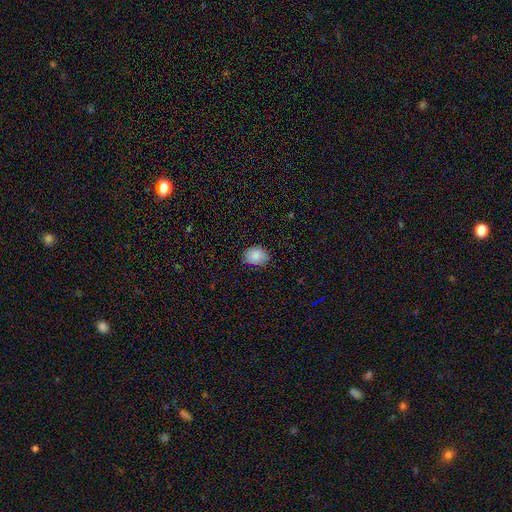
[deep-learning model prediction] A smooth galaxy with no disk features (86%) that is in between round and cigar-shaped (56%).

Vote fractions:
- Smooth or featured? smooth: 86% / star or artifact: 8% / featured or disk: 6%
- How rounded? in between: 56% / round: 43% / cigar-shaped: 1%
- Merging? none: 83% / minor disturbance: 14% / major disturbance: 2% / merger: 1%